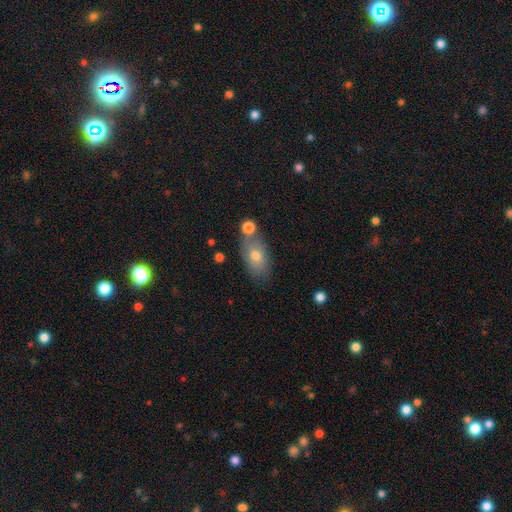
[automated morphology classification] A smooth galaxy with no disk features (68%) that is in between round and cigar-shaped (86%).

Vote fractions:
- Smooth or featured? smooth: 68% / featured or disk: 23% / star or artifact: 9%
- How rounded? in between: 86% / round: 10% / cigar-shaped: 4%
- Merging? none: 62% / minor disturbance: 17% / merger: 16% / major disturbance: 5%